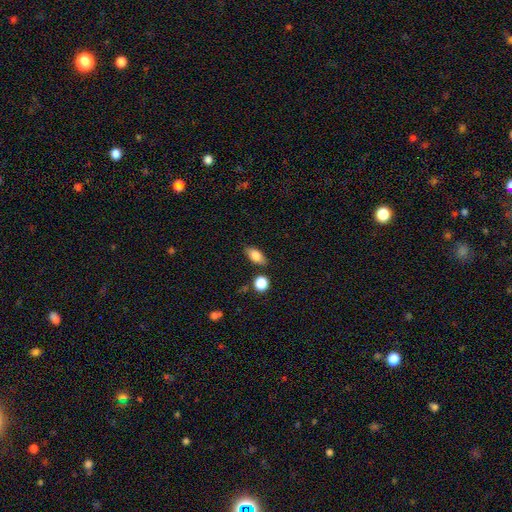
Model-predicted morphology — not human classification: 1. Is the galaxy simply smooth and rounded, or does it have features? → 81% smooth, 12% featured or disk, 8% star or artifact.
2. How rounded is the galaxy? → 84% in between, 8% cigar-shaped, 7% round.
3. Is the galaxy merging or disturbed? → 81% none, 12% minor disturbance, 4% merger, 3% major disturbance.